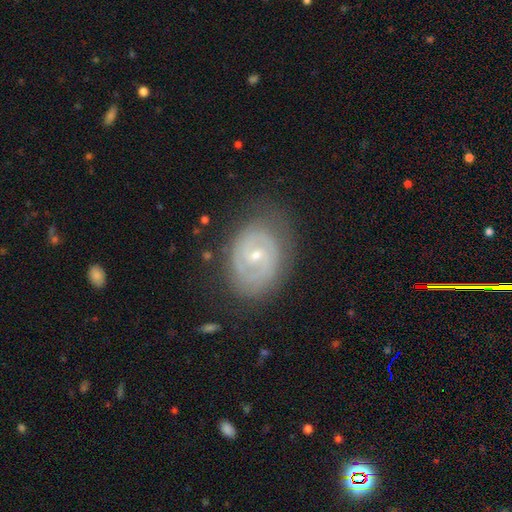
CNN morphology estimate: smooth_or_featured: featured or disk (p=0.81) [alt: smooth p=0.13]
disk_edge_on: no (p=0.97) [alt: yes p=0.03]
bar: no (p=0.49) [alt: weak p=0.41]
has_spiral_arms: yes (p=0.87) [alt: no p=0.13]
spiral_winding: tight (p=0.63) [alt: medium p=0.29]
spiral_arm_count: 2 (p=0.60) [alt: can't tell p=0.22]
bulge_size: small (p=0.66) [alt: moderate p=0.31]
merging: none (p=0.75) [alt: minor disturbance p=0.17]